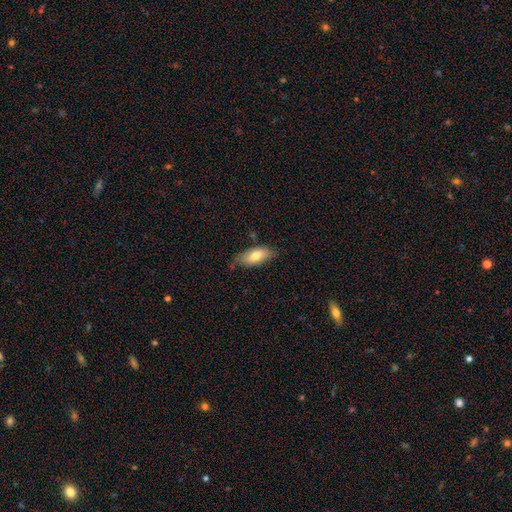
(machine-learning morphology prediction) smooth-or-featured: smooth: 73% | featured or disk: 21% | star or artifact: 6%
  how-rounded: in between: 85% | cigar-shaped: 13% | round: 2%
  merging: none: 73% | minor disturbance: 21% | major disturbance: 4% | merger: 2%